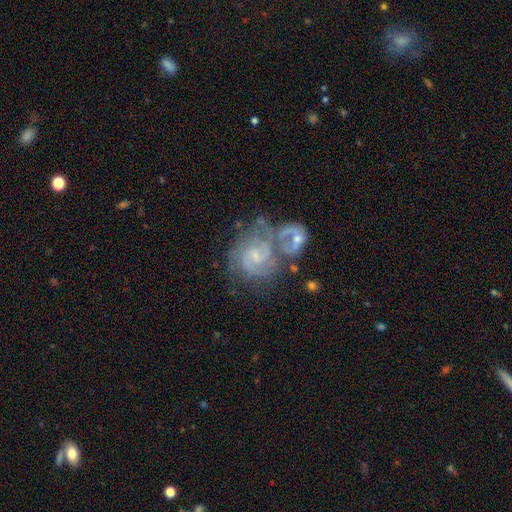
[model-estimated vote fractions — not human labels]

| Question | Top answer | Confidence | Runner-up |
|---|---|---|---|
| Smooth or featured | featured or disk | 86% | smooth (8%) |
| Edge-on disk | no | 98% | yes (2%) |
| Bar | weak | 45% | no (44%) |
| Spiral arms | yes | 96% | no (4%) |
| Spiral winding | tight | 52% | medium (40%) |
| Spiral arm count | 2 | 62% | can't tell (16%) |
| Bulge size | small | 65% | moderate (21%) |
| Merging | merger | 51% | none (27%) |